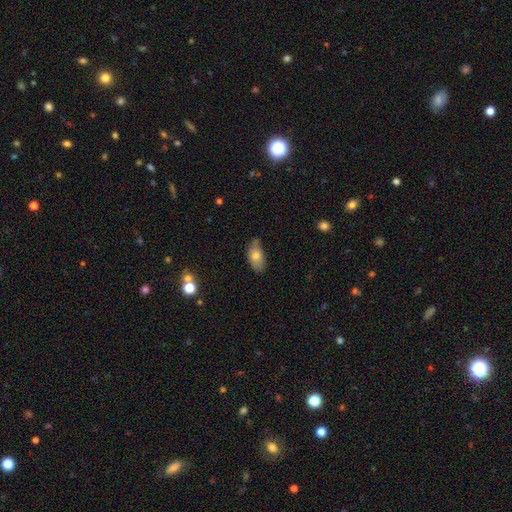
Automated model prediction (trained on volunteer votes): Smooth or featured? smooth (74%)
How rounded? in between (91%)
Merging? none (60%)